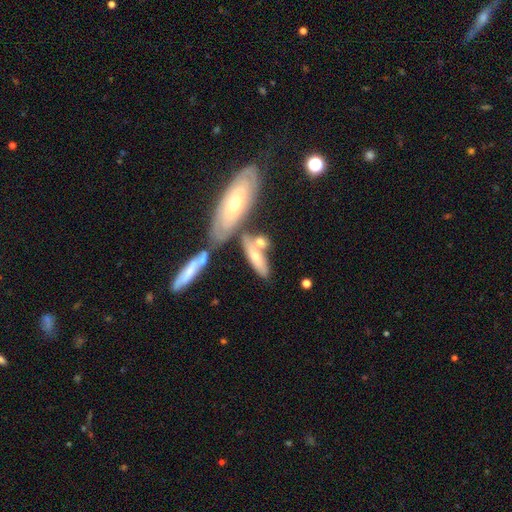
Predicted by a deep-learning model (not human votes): The model was most divided on "merging": none: 40%, merger: 38%, minor disturbance: 15%, major disturbance: 7%. Remaining: smooth or featured — smooth (57%); how rounded — in between (50%).